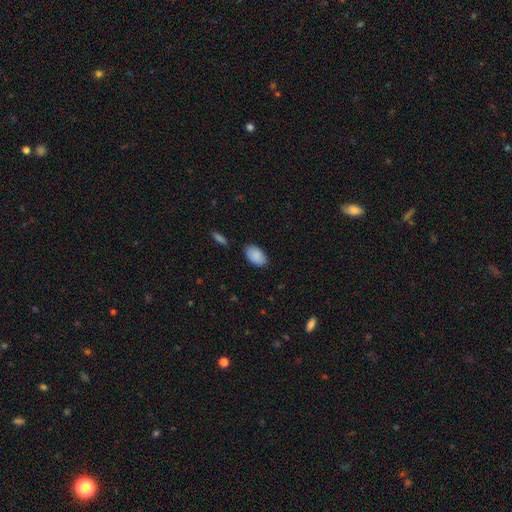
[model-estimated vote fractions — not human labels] This appears to be a smooth galaxy with no disk features (89%) that is in between round and cigar-shaped (93%). Merging: none (82%).